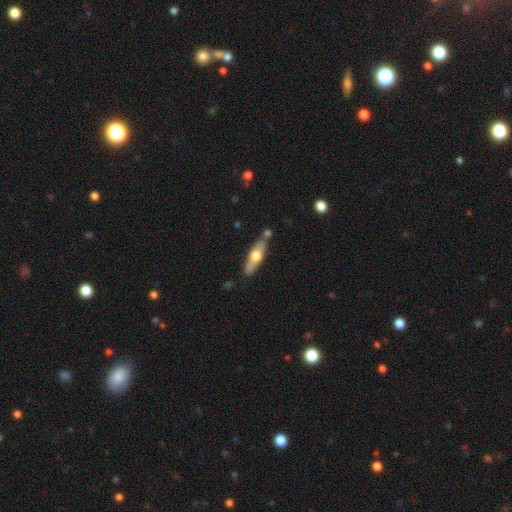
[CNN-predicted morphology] The model was most divided on "smooth or featured": featured or disk: 48%, smooth: 47%, star or artifact: 5%. More confident: merging — none (76%).